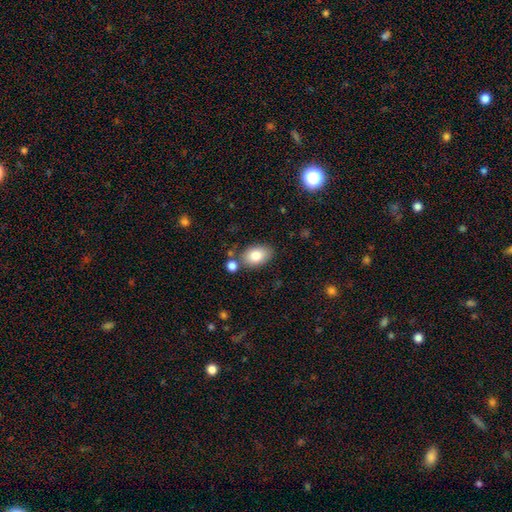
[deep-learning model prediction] Smooth or featured?
  - smooth: 81% *
  - featured or disk: 11%
  - star or artifact: 8%
How rounded?
  - in between: 88% *
  - round: 11%
  - cigar-shaped: 1%
Merging?
  - none: 75% *
  - minor disturbance: 13%
  - merger: 9%
  - major disturbance: 3%